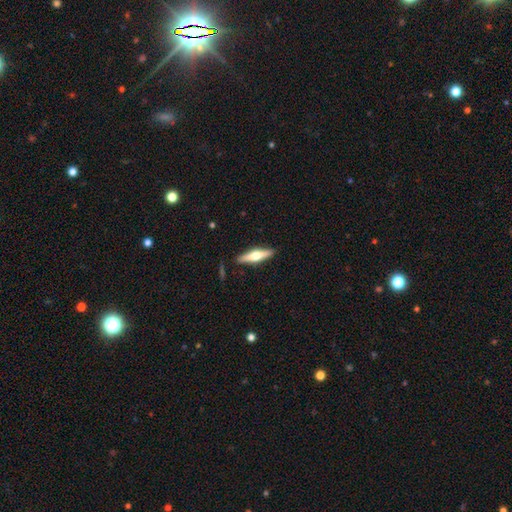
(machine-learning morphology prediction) smooth_or_featured: featured or disk (p=0.56) [alt: smooth p=0.39]
disk_edge_on: yes (p=0.95) [alt: no p=0.05]
edge_on_bulge: rounded (p=0.94) [alt: boxy p=0.04]
merging: none (p=0.88) [alt: minor disturbance p=0.08]